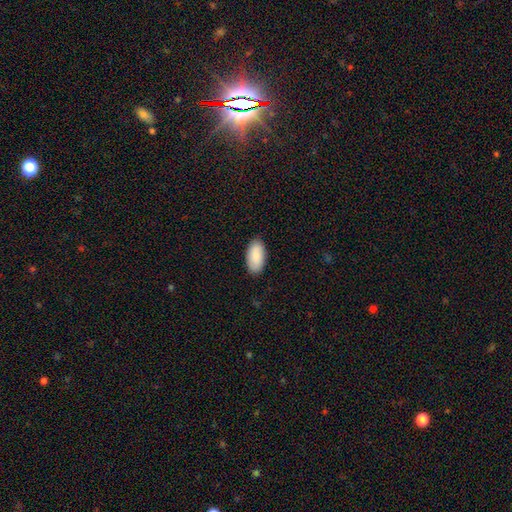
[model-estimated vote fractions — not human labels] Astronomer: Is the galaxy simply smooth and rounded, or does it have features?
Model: smooth — 89%.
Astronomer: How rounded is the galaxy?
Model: in between — 95%.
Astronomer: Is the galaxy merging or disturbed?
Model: none — 88%.